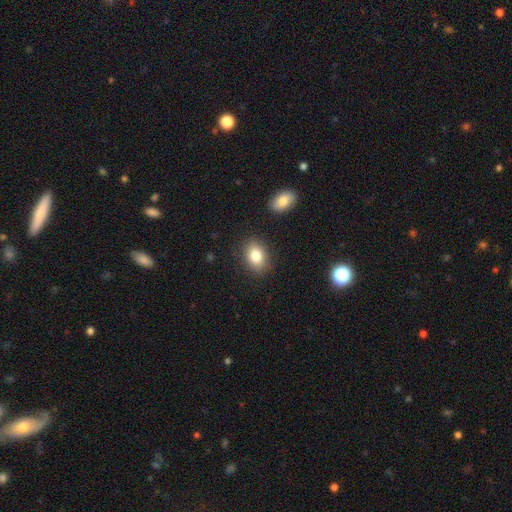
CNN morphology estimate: Overall: smooth (82%). How rounded: in between (73%). Merging: none (86%).